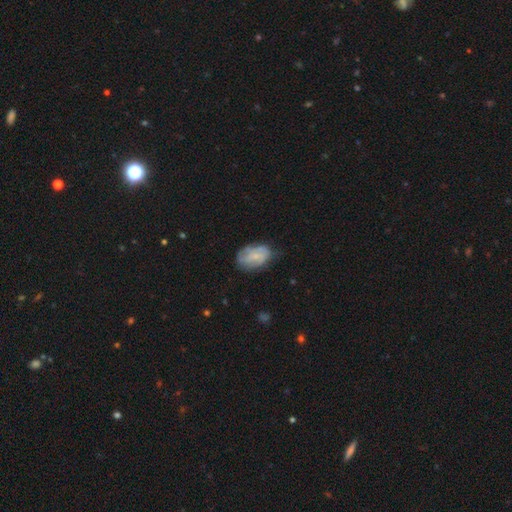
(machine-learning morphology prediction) Smooth or featured? Predicted: featured or disk (p=0.54). Edge-on disk? Predicted: no (p=0.97). Bar? Predicted: no (p=0.64). Spiral arms? Predicted: yes (p=0.71). Bulge size? Predicted: small (p=0.61). Merging? Predicted: none (p=0.59).